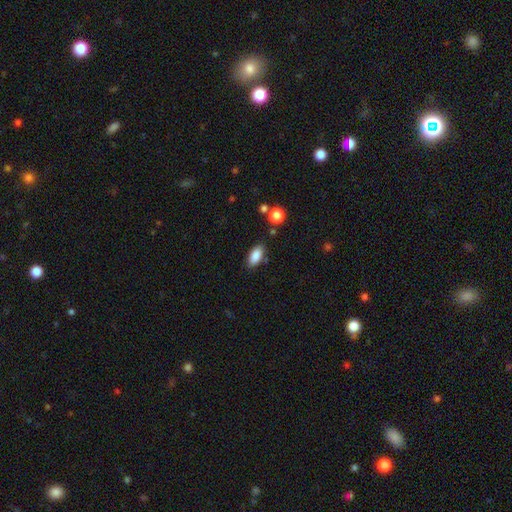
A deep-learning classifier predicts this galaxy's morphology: Smooth or featured? Predicted: smooth (p=0.87). How rounded? Predicted: in between (p=0.89). Merging? Predicted: none (p=0.83).